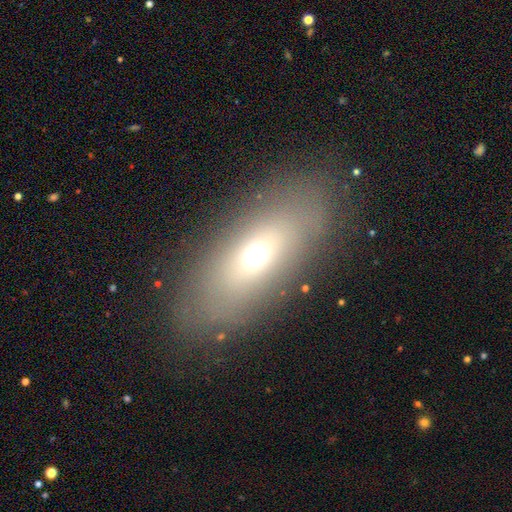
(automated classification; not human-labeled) Smooth or featured? Predicted: smooth (p=0.60). How rounded? Predicted: in between (p=0.77). Merging? Predicted: none (p=0.78).